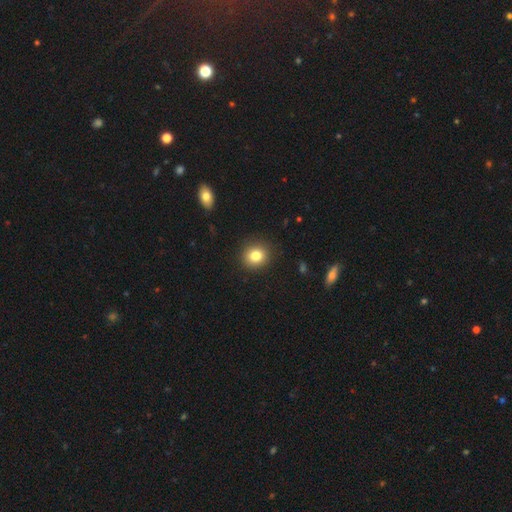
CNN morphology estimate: Smooth or featured? Predicted: smooth (p=0.82). How rounded? Predicted: round (p=0.83). Merging? Predicted: none (p=0.90).